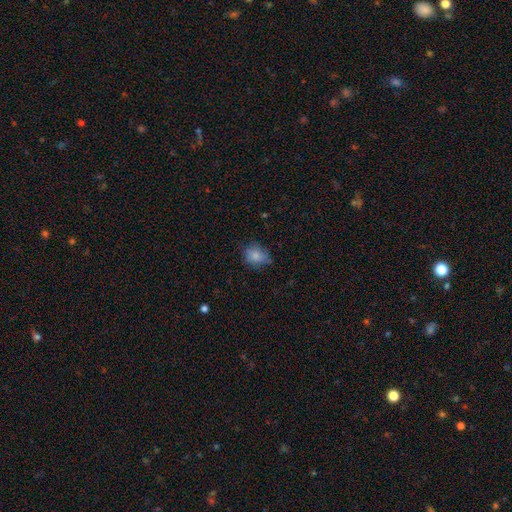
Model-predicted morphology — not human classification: A smooth galaxy with no disk features (81%) that is in between round and cigar-shaped (49%, tied with round). Merging: none (68%).